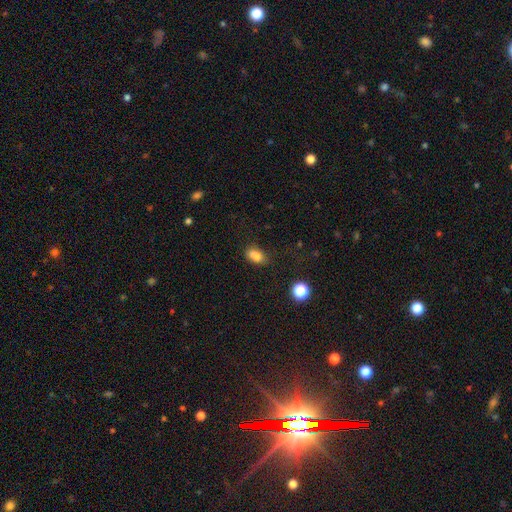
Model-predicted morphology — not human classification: This appears to be a smooth galaxy with no disk features (79%) that is in between round and cigar-shaped (78%). Merging: none (53%).